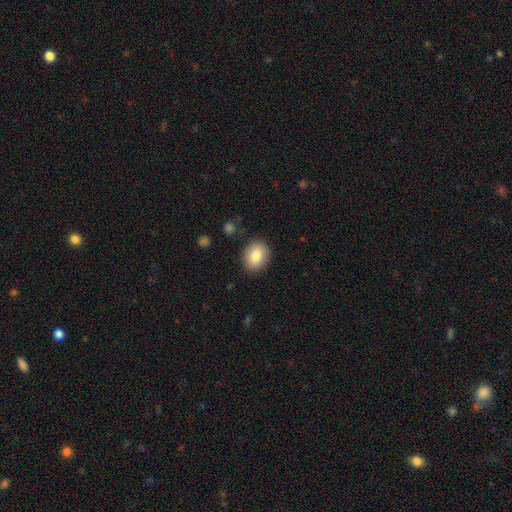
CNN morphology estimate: type=smooth (83%); roundness=round (52%); merging=none (88%).